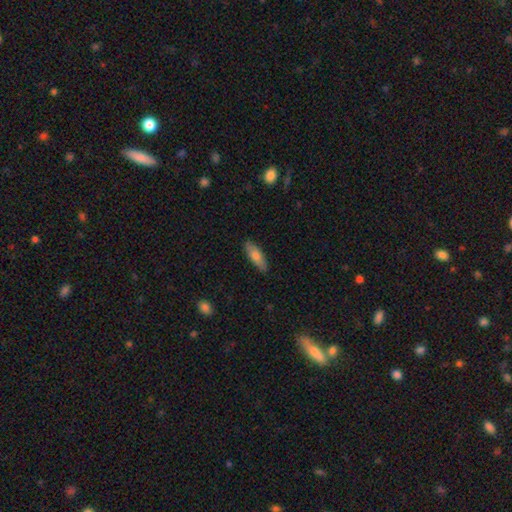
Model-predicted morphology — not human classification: smooth_or_featured: smooth (p=0.74) [alt: featured or disk p=0.20]
how_rounded: in between (p=0.56) [alt: cigar-shaped p=0.42]
merging: none (p=0.87) [alt: minor disturbance p=0.10]